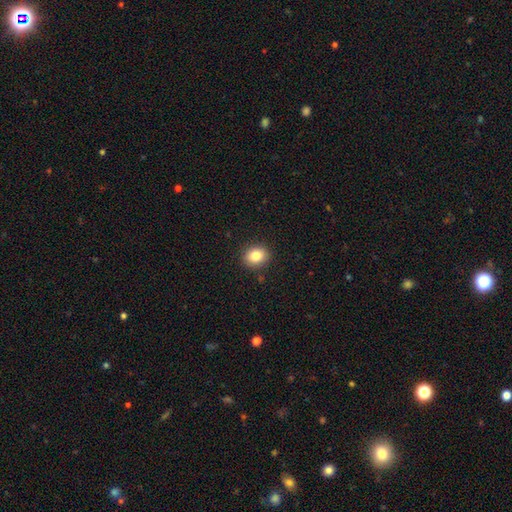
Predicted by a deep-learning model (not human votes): Overall: smooth (83%). How rounded: round (57%; in between 42%). Merging: none (89%).